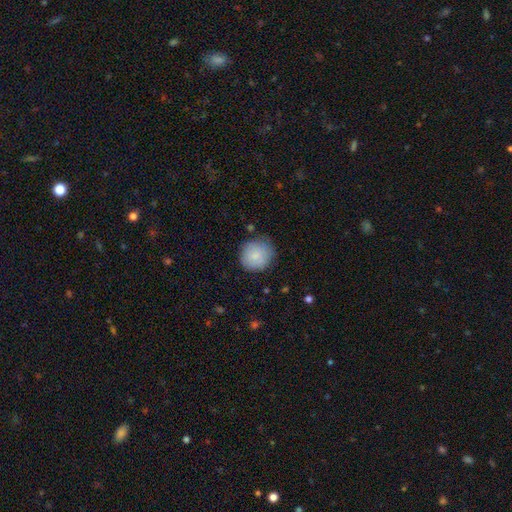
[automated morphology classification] Q: Smooth or featured?
A: smooth (84%); runner-up: featured or disk (8%)
Q: How rounded?
A: round (88%); runner-up: in between (11%)
Q: Merging?
A: none (75%); runner-up: minor disturbance (19%)